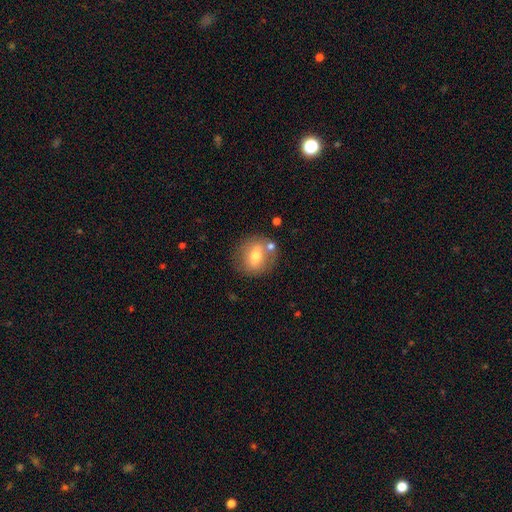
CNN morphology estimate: Q: Smooth or featured?
A: smooth (56%); runner-up: featured or disk (35%)
Q: How rounded?
A: round (74%); runner-up: in between (24%)
Q: Merging?
A: none (75%); runner-up: minor disturbance (12%)